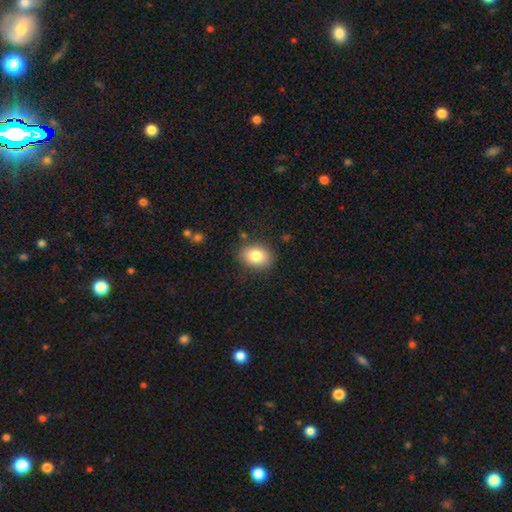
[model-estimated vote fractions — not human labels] smooth 82%, featured or disk 9%, star or artifact 9%. Down the decision tree: how rounded — in between (63%); merging — none (85%).